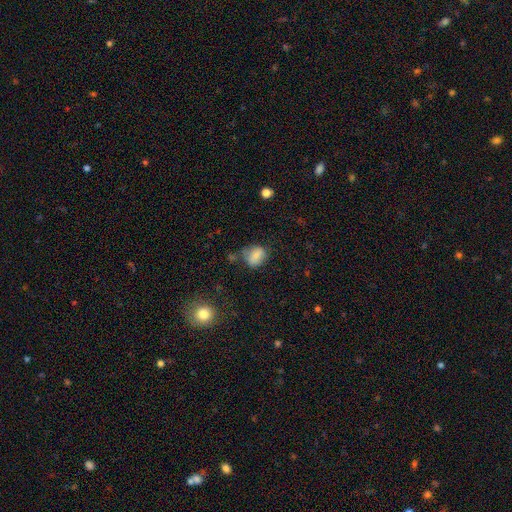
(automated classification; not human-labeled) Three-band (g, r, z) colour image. It shows a smooth galaxy with no disk features (76%) that is round (50%). Merging: none (57%).